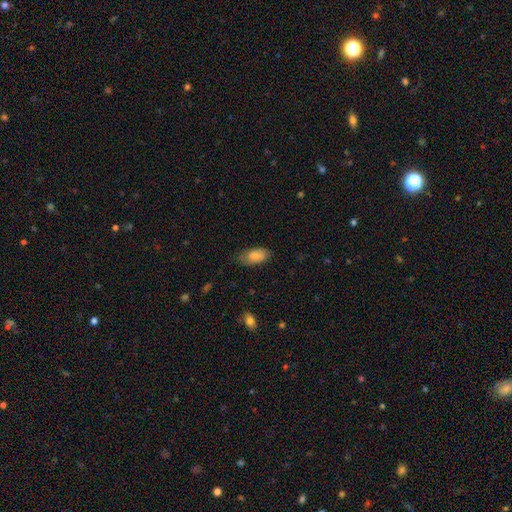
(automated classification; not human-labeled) Overall: smooth (84%). How rounded: in between (92%). Merging: none (71%).